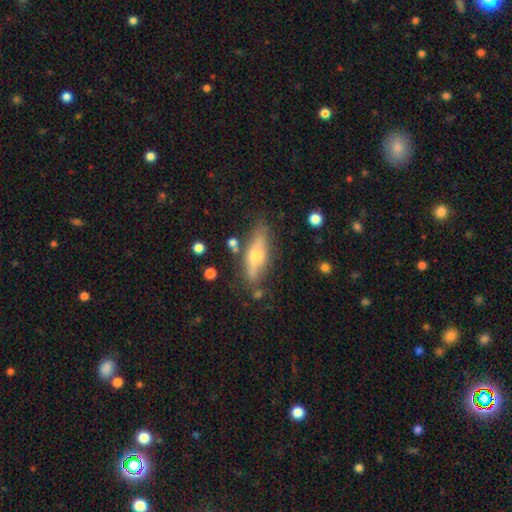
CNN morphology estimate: A featured or disk galaxy (50%) viewed edge-on (80%). Merging: none (73%).